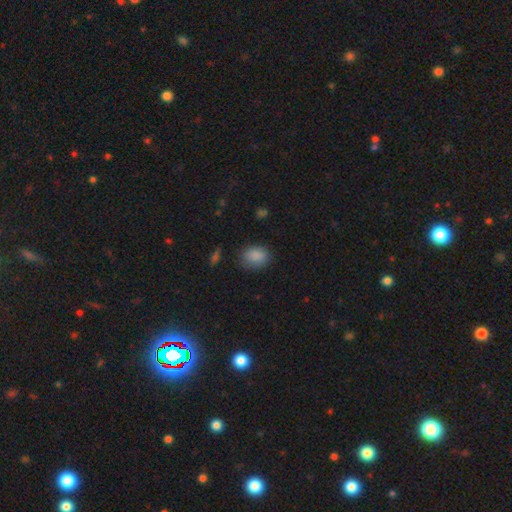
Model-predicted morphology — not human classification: Smooth or featured: smooth — 86% (star or artifact — 9%)
How rounded: in between — 61% (round — 38%)
Merging: none — 75% (minor disturbance — 18%)